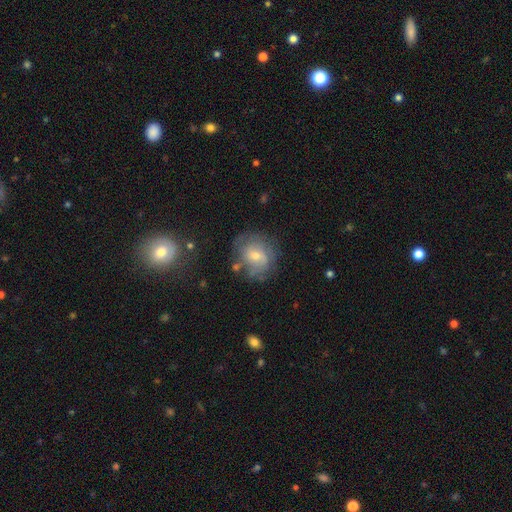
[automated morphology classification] Smooth or featured?
  - featured or disk: 52% *
  - smooth: 37%
  - star or artifact: 11%
Edge-on disk?
  - no: 96% *
  - yes: 4%
Merging?
  - none: 64% *
  - minor disturbance: 21%
  - major disturbance: 11%
  - merger: 4%